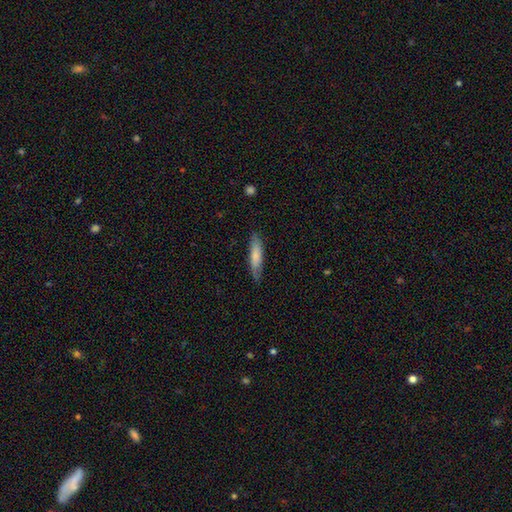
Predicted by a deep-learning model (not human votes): Q: Smooth or featured?
A: smooth (74%); runner-up: featured or disk (21%)
Q: How rounded?
A: cigar-shaped (76%); runner-up: in between (23%)
Q: Merging?
A: none (78%); runner-up: minor disturbance (17%)